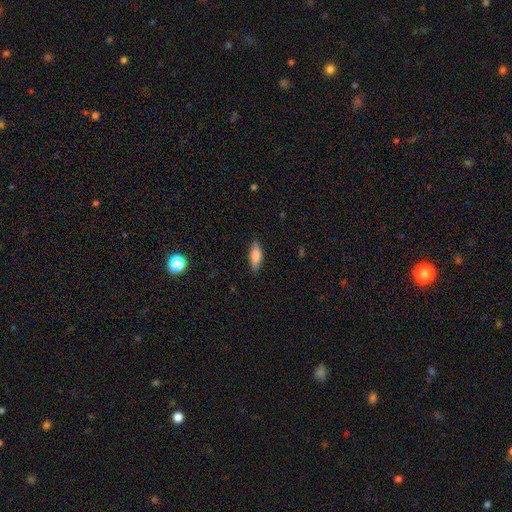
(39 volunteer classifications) smooth-or-featured: smooth: 74% | featured or disk: 23% | star or artifact: 3%
  how-rounded: cigar-shaped: 59% | in between: 38% | round: 3%
  merging: none: 87% | minor disturbance: 8% | major disturbance: 5% | merger: 0%